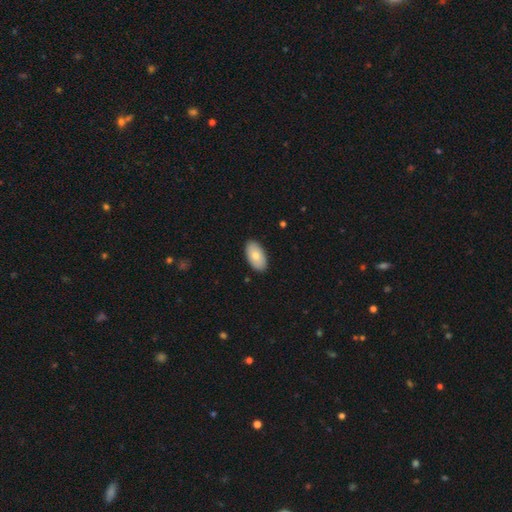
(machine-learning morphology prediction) The model was most divided on "smooth or featured": smooth: 76%, featured or disk: 18%, star or artifact: 6%. More confident: how rounded — in between (95%); merging — none (89%).